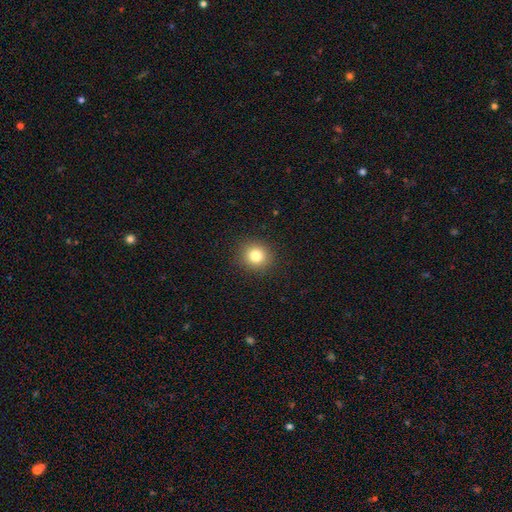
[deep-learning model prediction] This is clearly a smooth galaxy (81%). How rounded: clearly round (90%). Merging: clearly none (91%).